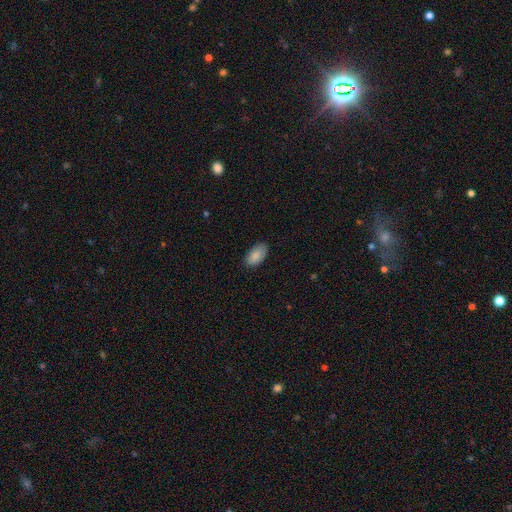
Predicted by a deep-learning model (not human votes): smooth_or_featured: smooth (p=0.86) [alt: featured or disk p=0.07]
how_rounded: in between (p=0.95) [alt: round p=0.03]
merging: none (p=0.85) [alt: minor disturbance p=0.12]